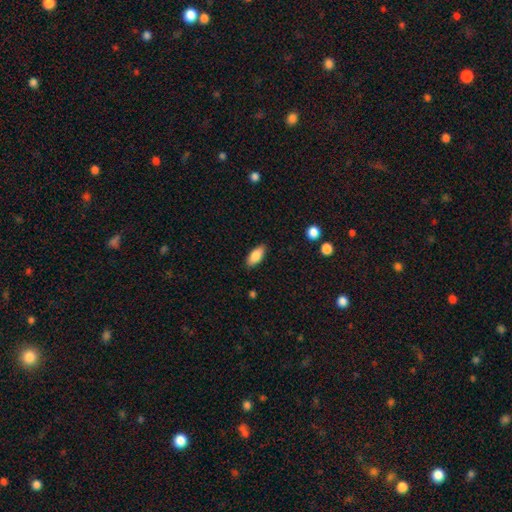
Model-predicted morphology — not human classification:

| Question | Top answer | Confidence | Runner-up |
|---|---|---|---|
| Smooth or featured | smooth | 85% | featured or disk (8%) |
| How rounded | in between | 85% | cigar-shaped (13%) |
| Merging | none | 86% | minor disturbance (10%) |